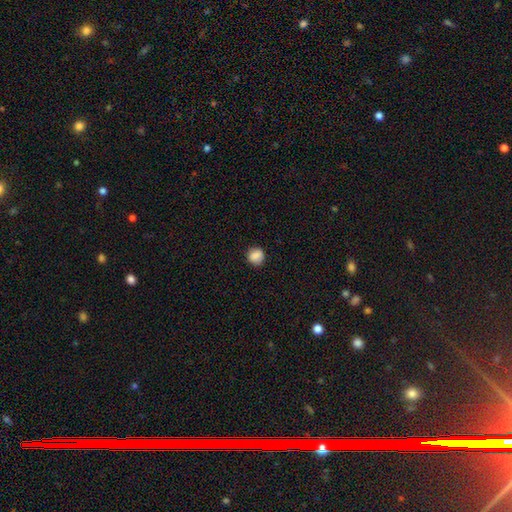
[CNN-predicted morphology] This is clearly a smooth galaxy (86%). How rounded: clearly round (85%). Merging: clearly none (86%).